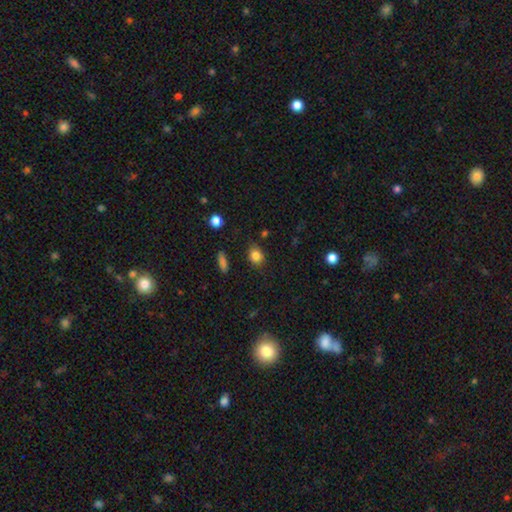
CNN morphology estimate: type=smooth (83%); roundness=in between (49%, tied with round); merging=none (80%).